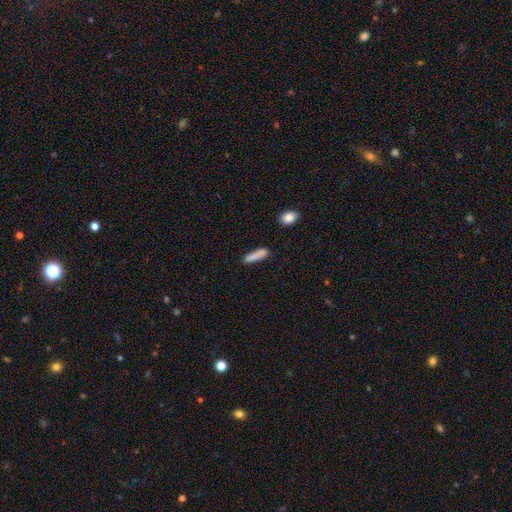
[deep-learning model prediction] smooth 85%, featured or disk 8%, star or artifact 7%. Down the decision tree: how rounded — cigar-shaped (78%); merging — none (79%).